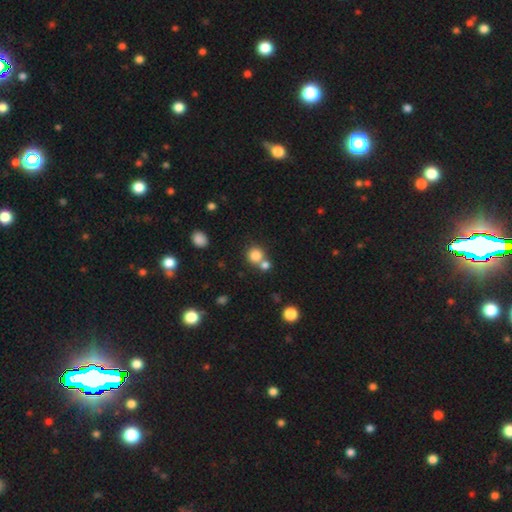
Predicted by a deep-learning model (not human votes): A smooth galaxy with no disk features (81%) that is round (89%).

Vote fractions:
- Smooth or featured? smooth: 81% / star or artifact: 12% / featured or disk: 7%
- How rounded? round: 89% / in between: 10% / cigar-shaped: 1%
- Merging? none: 55% / merger: 35% / minor disturbance: 7% / major disturbance: 3%